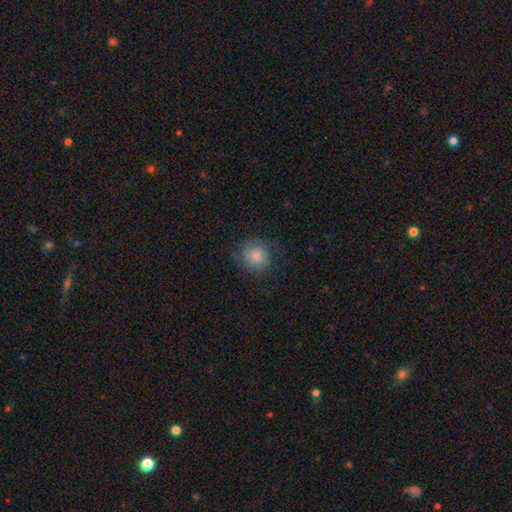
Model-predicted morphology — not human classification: smooth-or-featured: smooth: 64% | featured or disk: 26% | star or artifact: 10%
  how-rounded: round: 81% | in between: 18% | cigar-shaped: 1%
  merging: none: 71% | minor disturbance: 19% | major disturbance: 9% | merger: 1%